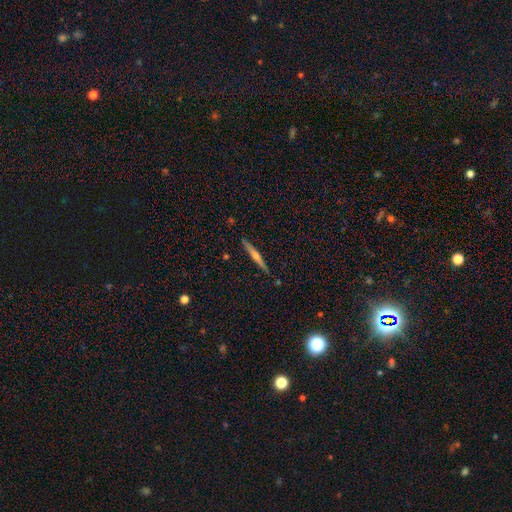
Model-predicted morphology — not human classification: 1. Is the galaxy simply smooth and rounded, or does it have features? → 69% featured or disk, 25% smooth, 6% star or artifact.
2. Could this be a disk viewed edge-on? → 98% yes, 2% no.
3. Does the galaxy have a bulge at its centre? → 83% rounded, 13% none, 4% boxy.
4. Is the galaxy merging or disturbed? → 91% none, 6% minor disturbance, 1% major disturbance, 1% merger.